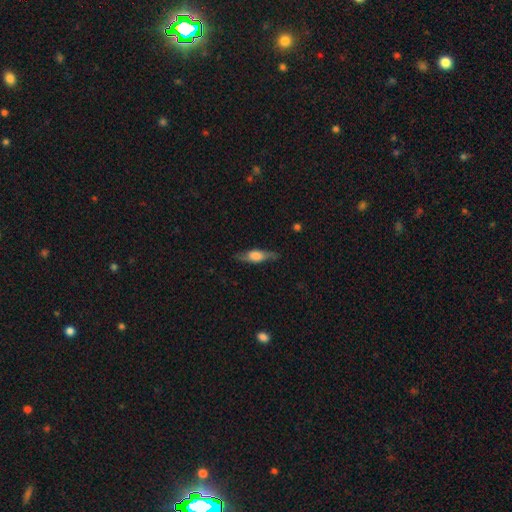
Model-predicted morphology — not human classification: Q: Smooth or featured?
A: featured or disk (53%); runner-up: smooth (41%)
Q: Edge-on disk?
A: yes (81%); runner-up: no (19%)
Q: Merging?
A: none (79%); runner-up: minor disturbance (15%)